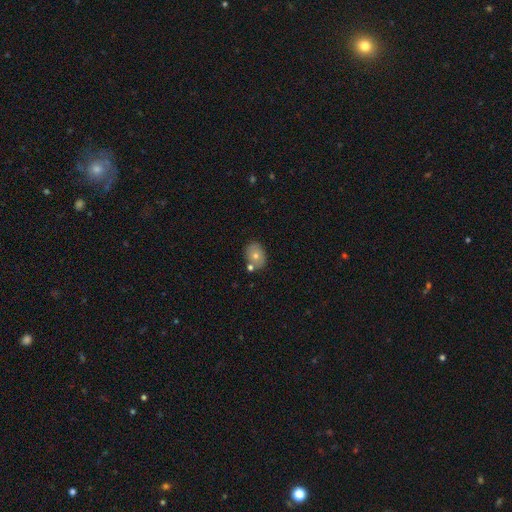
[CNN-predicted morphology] type=smooth (70%); roundness=in between (63%); merging=none (69%).